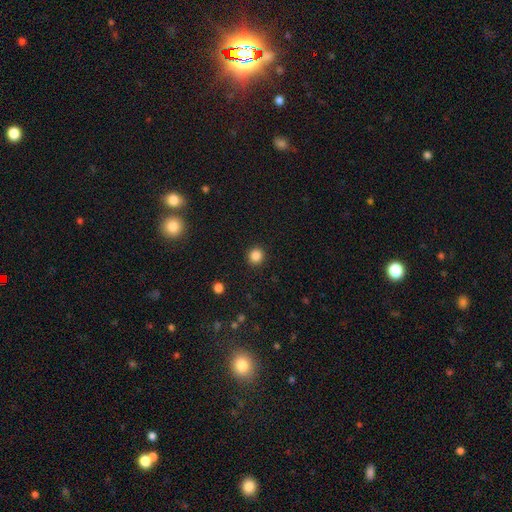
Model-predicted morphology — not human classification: This appears to be a smooth galaxy with no disk features (85%) that is round (94%). Merging: none (92%).